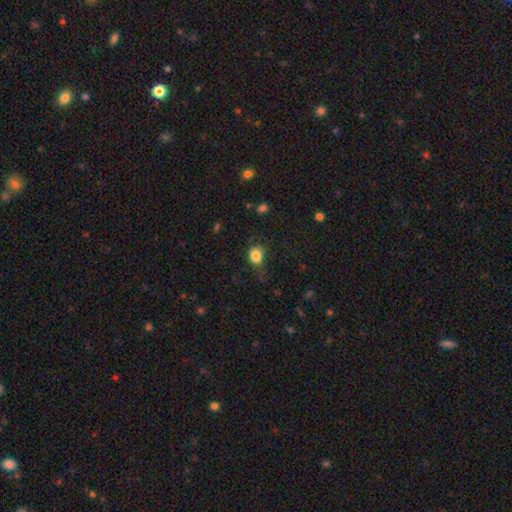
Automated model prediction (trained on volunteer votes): A smooth galaxy with no disk features (83%) that is round (55%). Merging: none (60%).